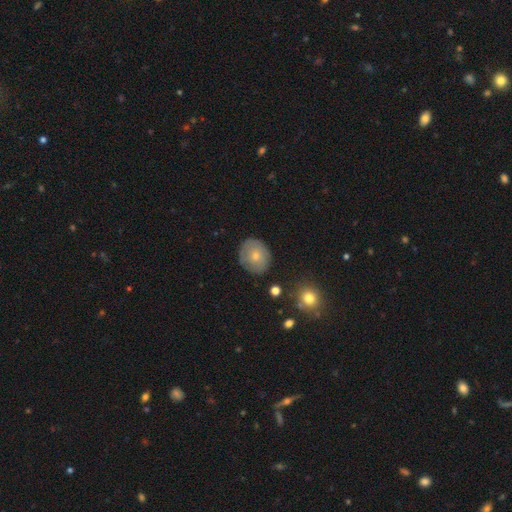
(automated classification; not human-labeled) A smooth galaxy with no disk features (63%) that is round (70%).

Vote fractions:
- Smooth or featured? smooth: 63% / featured or disk: 30% / star or artifact: 7%
- How rounded? round: 70% / in between: 29% / cigar-shaped: 1%
- Merging? none: 79% / minor disturbance: 16% / major disturbance: 4% / merger: 2%